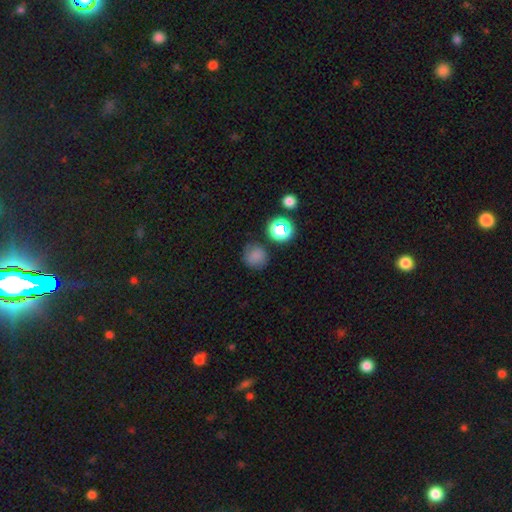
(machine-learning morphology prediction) Overall: smooth (75%). How rounded: round (86%). Merging: none (73%).